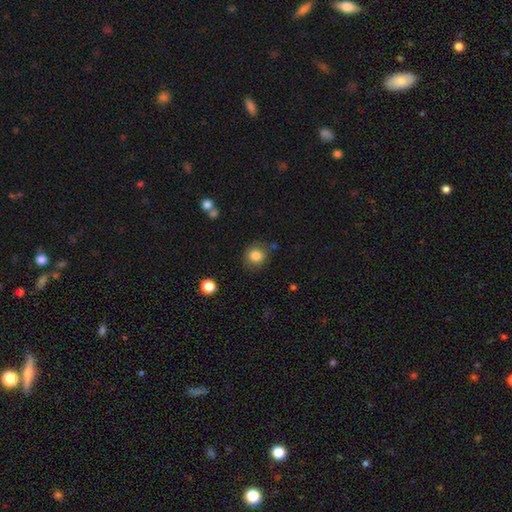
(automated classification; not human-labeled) A smooth galaxy with no disk features (84%) that is round (84%). Merging: none (78%).